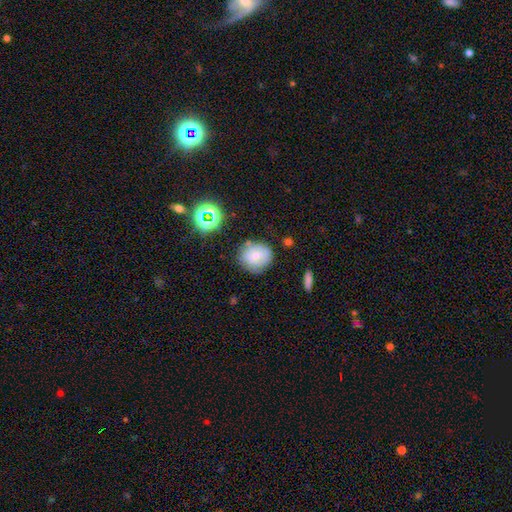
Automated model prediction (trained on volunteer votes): This is possibly a smooth galaxy (58%). How rounded: likely round (74%). Merging: likely none (69%).